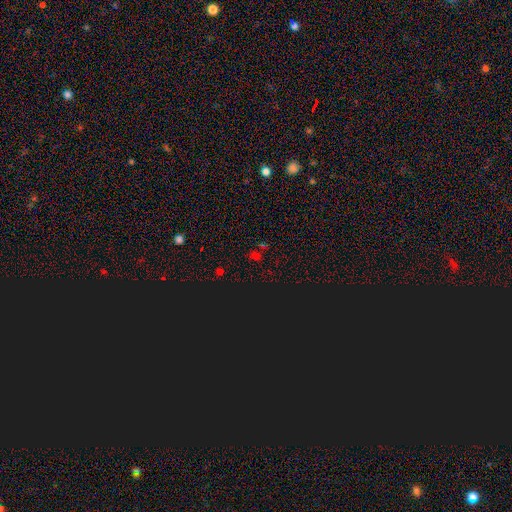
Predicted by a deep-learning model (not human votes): Smooth or featured: star or artifact — 61% (smooth — 32%)